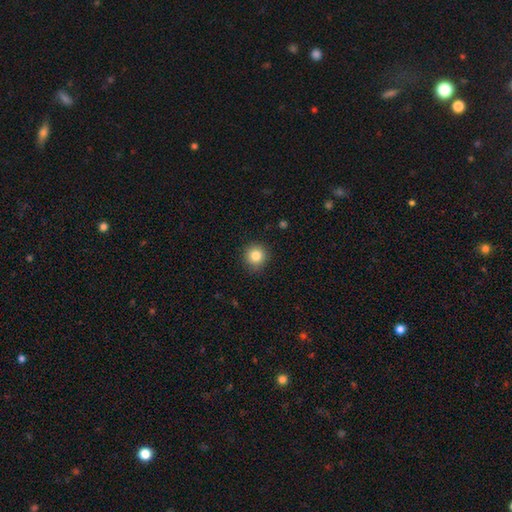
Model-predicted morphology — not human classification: type=smooth (83%); roundness=round (92%); merging=none (88%).